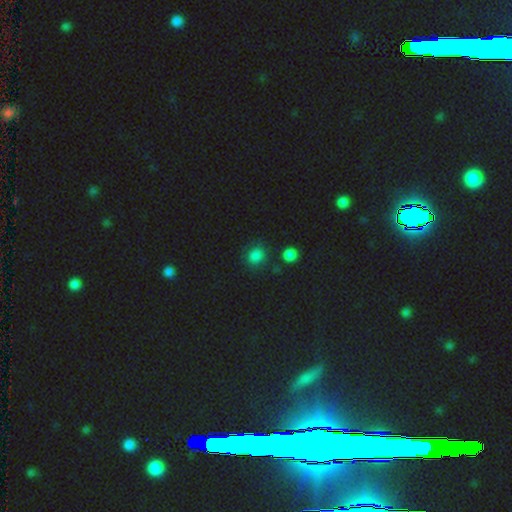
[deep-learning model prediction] smooth-or-featured: smooth: 77% | star or artifact: 18% | featured or disk: 5%
  how-rounded: round: 75% | in between: 23% | cigar-shaped: 1%
  merging: none: 77% | minor disturbance: 13% | merger: 5% | major disturbance: 5%